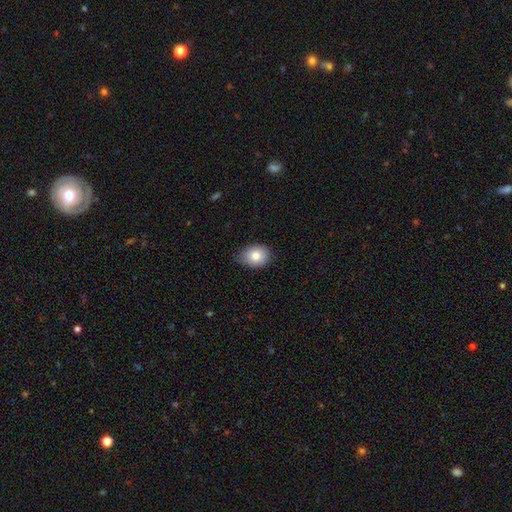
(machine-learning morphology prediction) smooth-or-featured: smooth: 81% | featured or disk: 11% | star or artifact: 9%
  how-rounded: in between: 52% | round: 47% | cigar-shaped: 1%
  merging: none: 73% | minor disturbance: 23% | major disturbance: 3% | merger: 1%